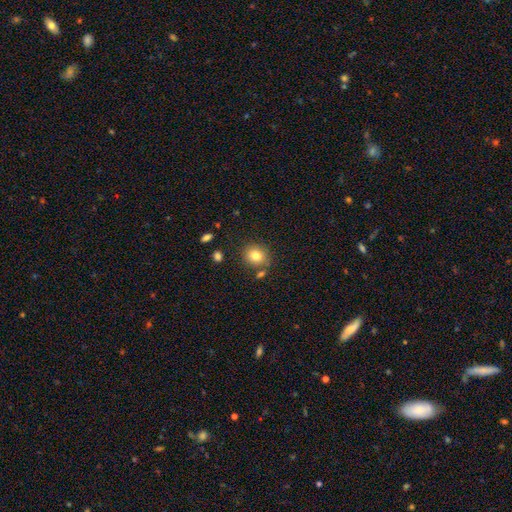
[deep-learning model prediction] This appears to be a smooth galaxy with no disk features (81%) that is round (78%). Merging: none (76%).